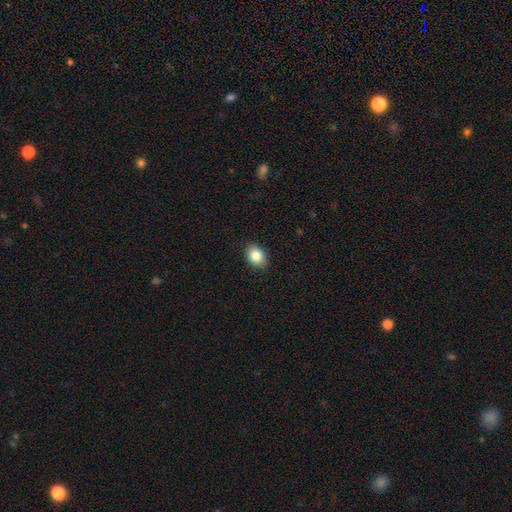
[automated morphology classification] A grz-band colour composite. It shows a smooth galaxy with no disk features (86%) that is in between round and cigar-shaped (70%). Merging: none (87%).